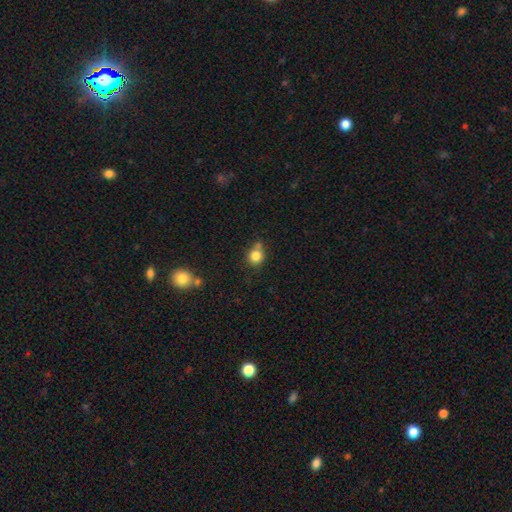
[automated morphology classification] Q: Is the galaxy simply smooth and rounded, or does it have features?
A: smooth — 83%.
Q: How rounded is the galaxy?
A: round — 83%.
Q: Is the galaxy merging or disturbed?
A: none — 61%.